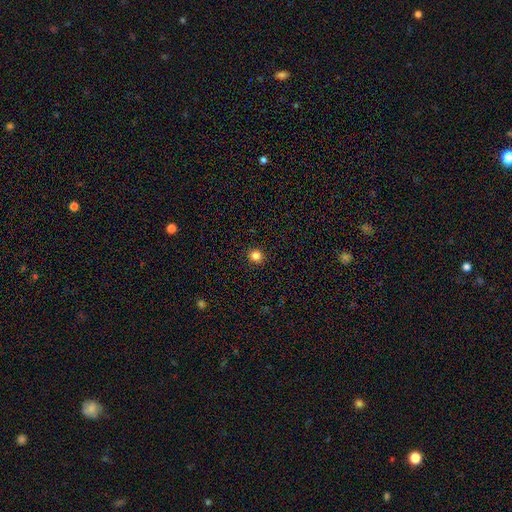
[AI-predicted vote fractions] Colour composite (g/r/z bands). It shows a smooth galaxy with no disk features (84%) that is round (89%). Merging: none (93%).